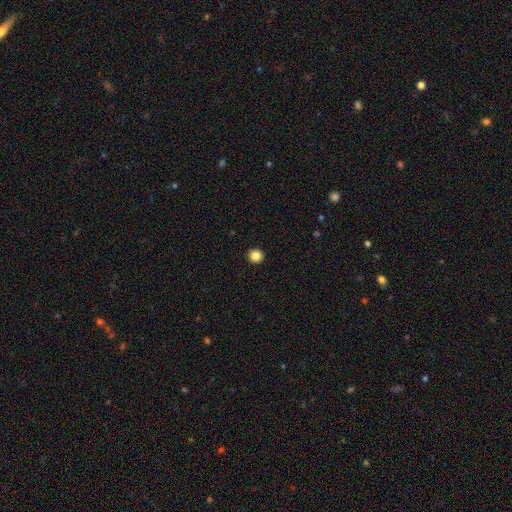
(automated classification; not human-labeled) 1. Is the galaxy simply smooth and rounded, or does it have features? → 85% smooth, 11% star or artifact, 4% featured or disk.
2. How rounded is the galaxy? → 94% round, 5% in between, 1% cigar-shaped.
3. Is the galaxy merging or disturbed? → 94% none, 4% minor disturbance, 1% major disturbance, 1% merger.